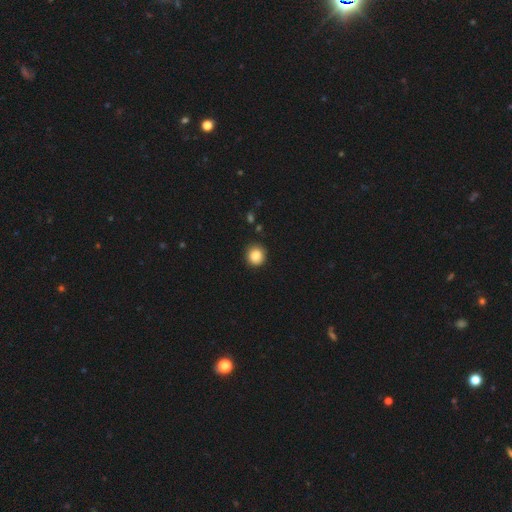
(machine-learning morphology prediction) The model was most divided on "smooth or featured": smooth: 85%, star or artifact: 9%, featured or disk: 5%. More confident: how rounded — round (91%); merging — none (90%).